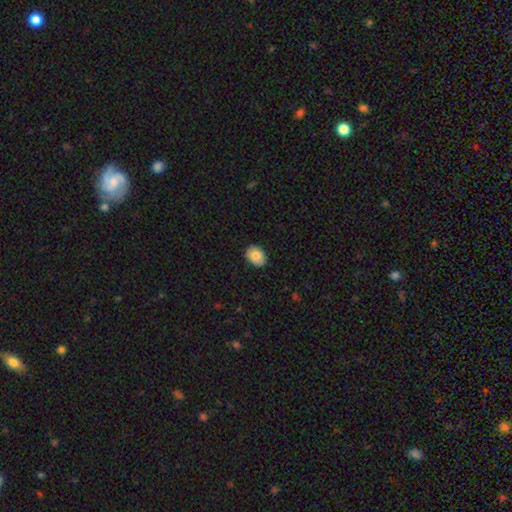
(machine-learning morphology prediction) Smooth or featured? Predicted: smooth (p=0.82). How rounded? Predicted: in between (p=0.72). Merging? Predicted: none (p=0.89).